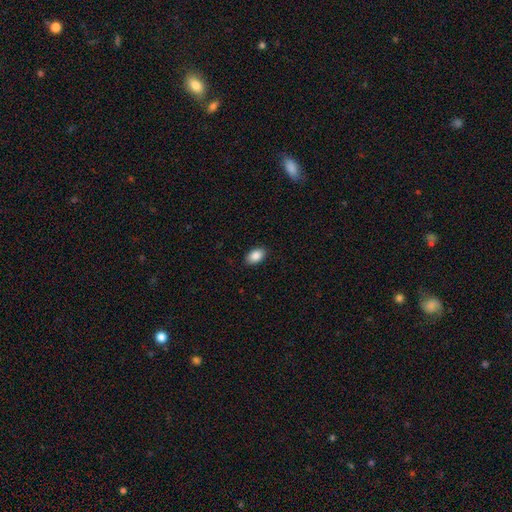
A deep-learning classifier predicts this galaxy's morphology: smooth 88%, star or artifact 8%, featured or disk 5%. Down the decision tree: how rounded — in between (89%); merging — none (89%).